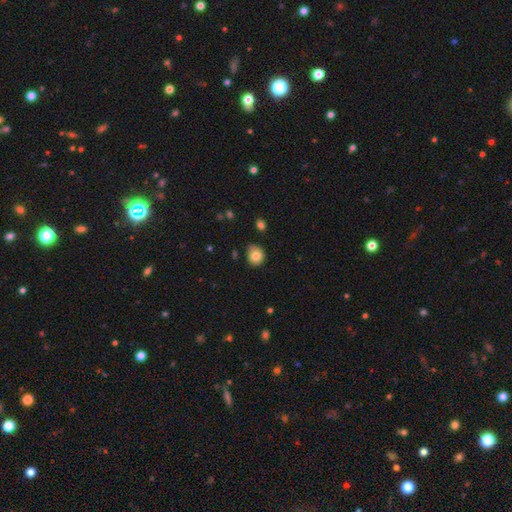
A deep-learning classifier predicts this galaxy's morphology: Overall: smooth (80%). How rounded: round (72%). Merging: none (69%).